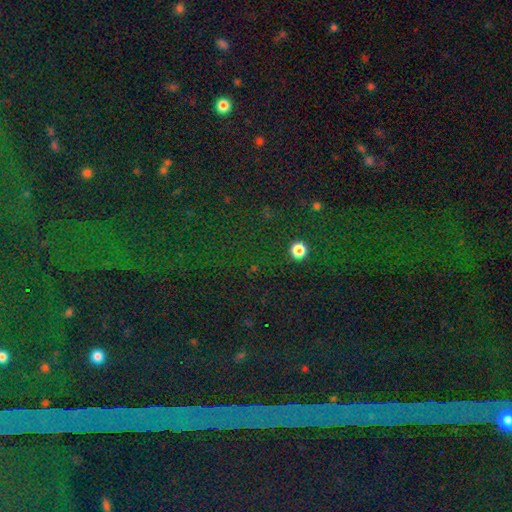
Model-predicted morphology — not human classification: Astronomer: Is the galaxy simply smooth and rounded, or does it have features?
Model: star or artifact — 82%.